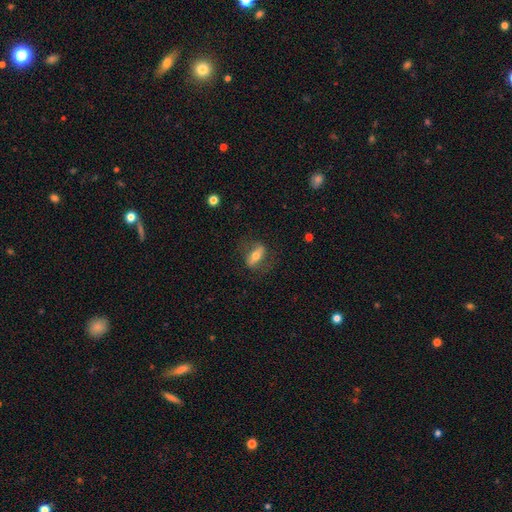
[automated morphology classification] Q: Smooth or featured?
A: smooth (47%); runner-up: featured or disk (46%)
Q: Merging?
A: none (71%); runner-up: minor disturbance (16%)